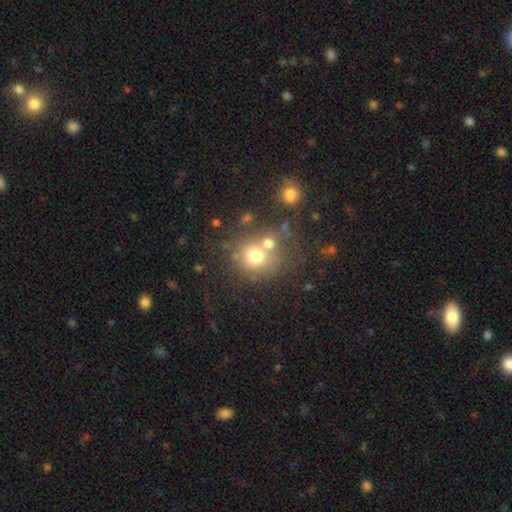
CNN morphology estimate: type=smooth (67%); roundness=round (83%); merging=none (48%).